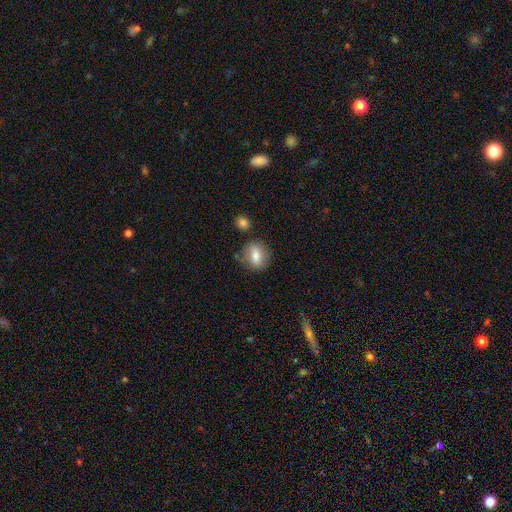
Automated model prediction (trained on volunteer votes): A smooth galaxy with no disk features (72%) that is in between round and cigar-shaped (49%).

Vote fractions:
- Smooth or featured? smooth: 72% / featured or disk: 19% / star or artifact: 9%
- How rounded? in between: 49% / round: 47% / cigar-shaped: 4%
- Merging? none: 76% / minor disturbance: 15% / merger: 5% / major disturbance: 4%